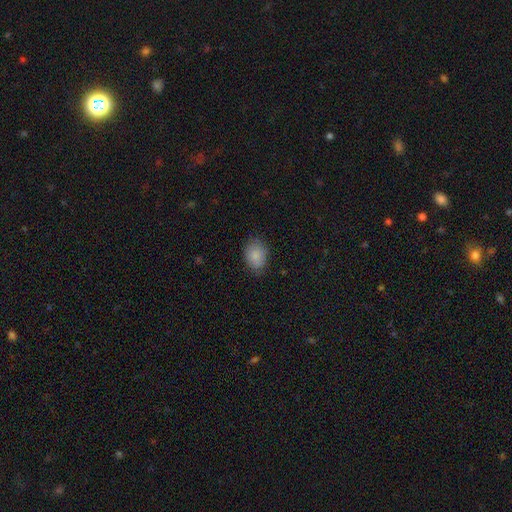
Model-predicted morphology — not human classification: This is clearly a smooth galaxy (84%). How rounded: likely in between (69%). Merging: likely none (74%).